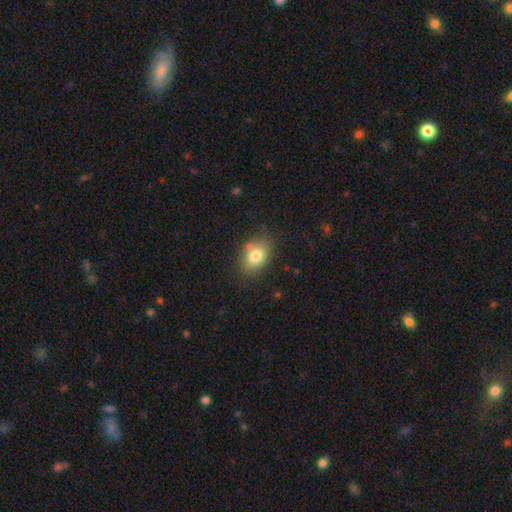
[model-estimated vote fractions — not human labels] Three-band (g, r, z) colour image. It shows a smooth galaxy with no disk features (79%) that is in between round and cigar-shaped (79%). Merging: none (72%).